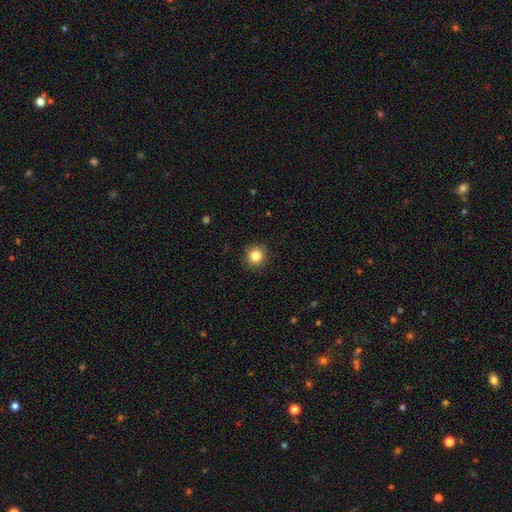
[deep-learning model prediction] Overall: smooth (83%). How rounded: round (94%). Merging: none (92%).